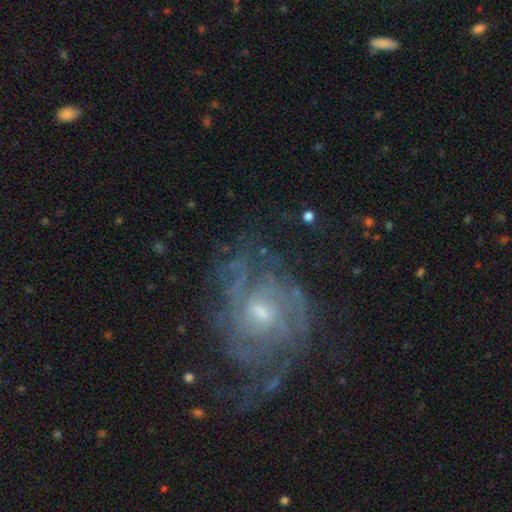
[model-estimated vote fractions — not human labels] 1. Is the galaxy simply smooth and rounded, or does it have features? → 81% featured or disk, 10% star or artifact, 8% smooth.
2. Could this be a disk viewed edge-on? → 97% no, 3% yes.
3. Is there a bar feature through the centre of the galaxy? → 69% no, 26% weak, 5% strong.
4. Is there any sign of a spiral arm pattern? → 91% yes, 9% no.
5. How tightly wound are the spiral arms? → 56% tight, 33% medium, 11% loose.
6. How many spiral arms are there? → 42% can't tell, 21% 2, 15% 3, 10% 4, 6% more than 4, 6% 1.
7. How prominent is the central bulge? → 49% small, 45% moderate, 2% large, 2% none, 1% dominant.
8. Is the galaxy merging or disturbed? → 64% none, 20% minor disturbance, 14% major disturbance, 2% merger.